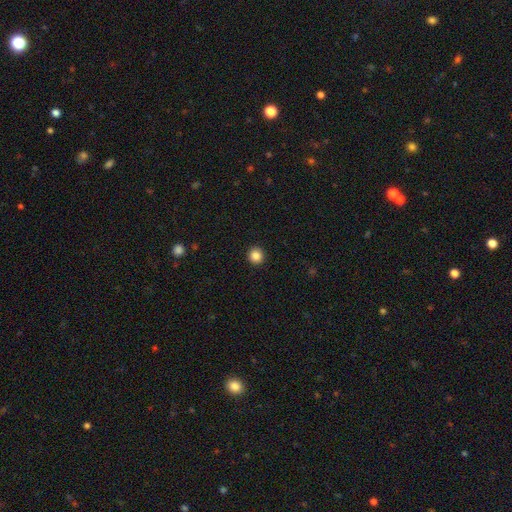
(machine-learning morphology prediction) A smooth galaxy with no disk features (86%) that is round (94%). Merging: none (93%).